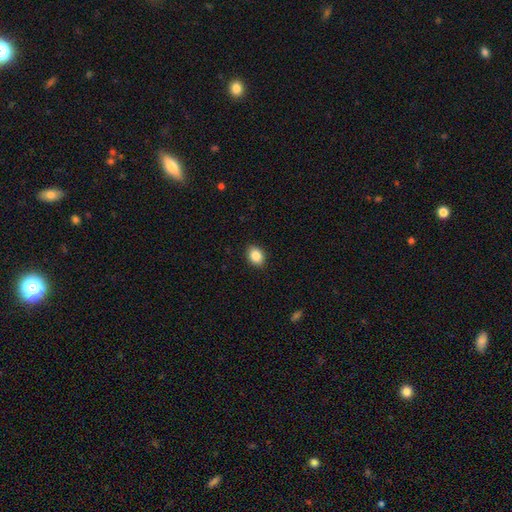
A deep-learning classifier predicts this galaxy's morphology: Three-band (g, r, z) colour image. It shows a smooth galaxy with no disk features (86%) that is in between round and cigar-shaped (69%). Merging: none (89%).